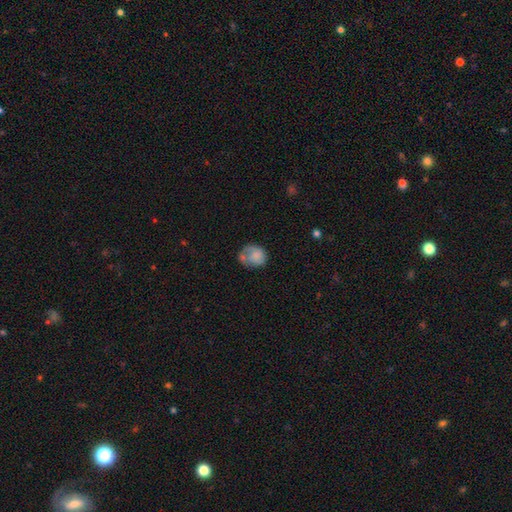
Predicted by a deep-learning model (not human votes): The model was most divided on "how rounded": round: 55%, in between: 44%, cigar-shaped: 1%. Remaining: smooth or featured — smooth (60%); merging — none (39%).